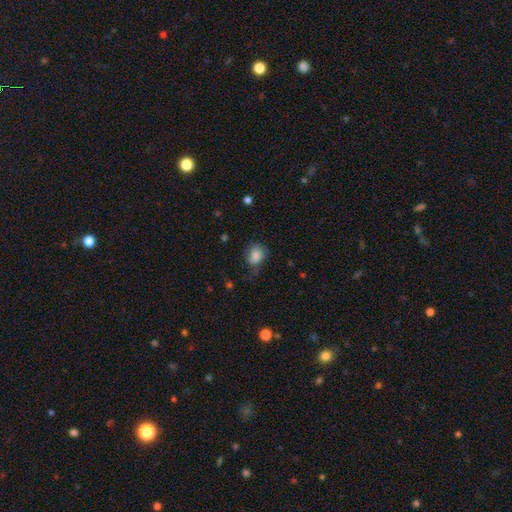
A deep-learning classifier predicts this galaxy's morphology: type=smooth (80%); roundness=round (52%); merging=none (52%).